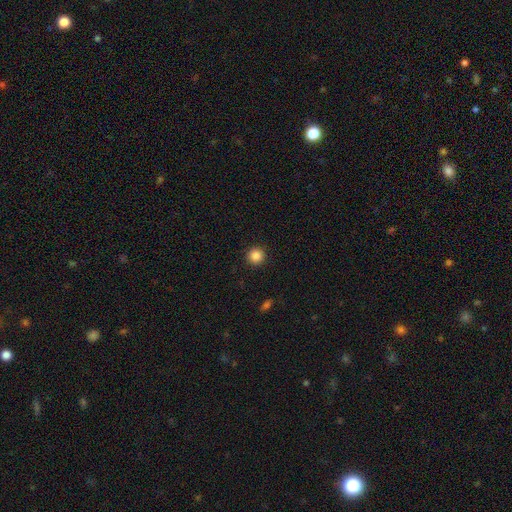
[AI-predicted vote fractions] A smooth galaxy with no disk features (86%) that is round (95%). Merging: none (92%).